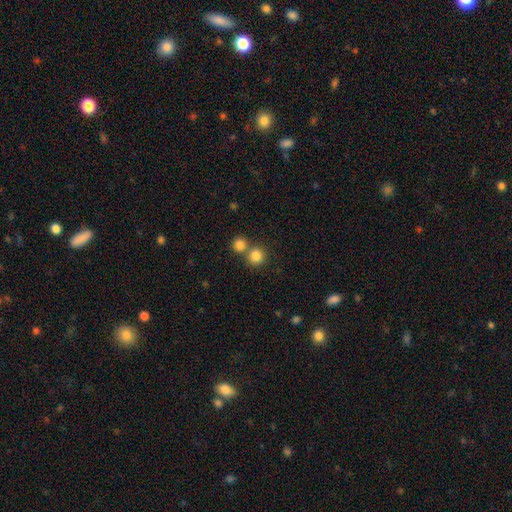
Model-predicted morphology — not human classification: This is clearly a smooth galaxy (83%). How rounded: clearly round (92%). Merging: likely none (62%).